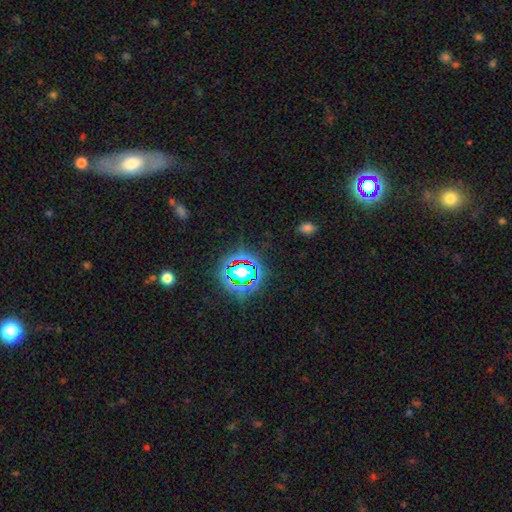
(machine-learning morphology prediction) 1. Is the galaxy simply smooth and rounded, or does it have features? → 71% star or artifact, 17% smooth, 12% featured or disk.